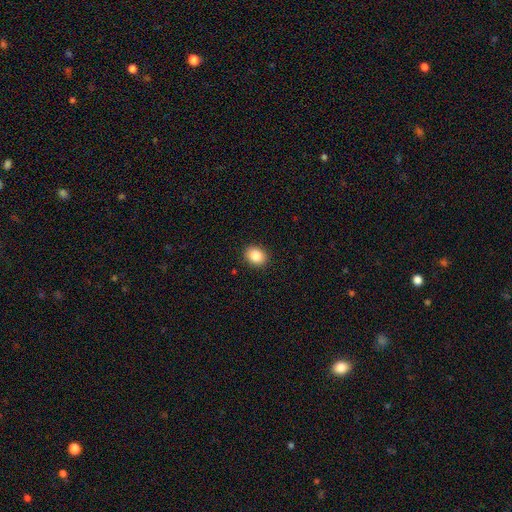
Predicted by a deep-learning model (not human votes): Smooth or featured: smooth — 86% (star or artifact — 9%)
How rounded: round — 56% (in between — 44%)
Merging: none — 91% (minor disturbance — 6%)